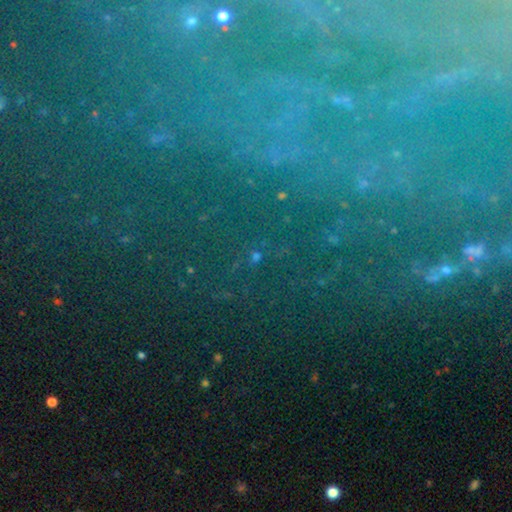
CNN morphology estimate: A star or artifact, not a galaxy (66%).

Vote fractions:
- Smooth or featured? star or artifact: 66% / featured or disk: 18% / smooth: 16%